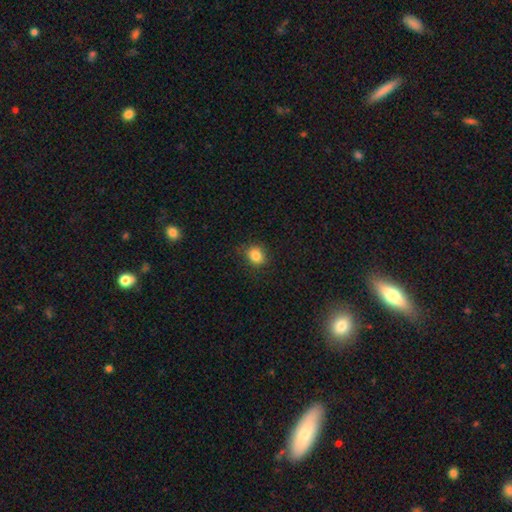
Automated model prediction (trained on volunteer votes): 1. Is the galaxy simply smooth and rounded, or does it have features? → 84% smooth, 11% star or artifact, 5% featured or disk.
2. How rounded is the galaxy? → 62% round, 37% in between, 1% cigar-shaped.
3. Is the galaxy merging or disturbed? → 82% none, 14% minor disturbance, 4% major disturbance, 1% merger.